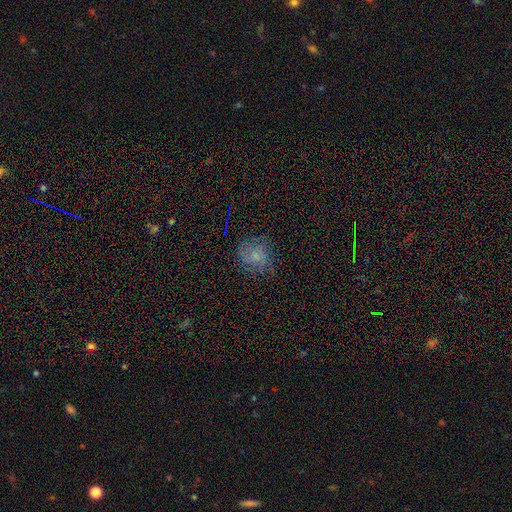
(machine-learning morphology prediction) Q: Smooth or featured?
A: smooth (61%); runner-up: featured or disk (23%)
Q: How rounded?
A: round (78%); runner-up: in between (21%)
Q: Merging?
A: none (69%); runner-up: minor disturbance (20%)